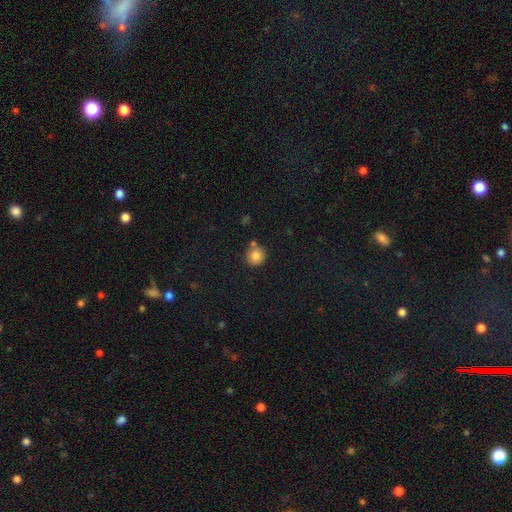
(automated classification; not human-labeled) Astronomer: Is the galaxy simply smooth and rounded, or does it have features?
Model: smooth — 82%.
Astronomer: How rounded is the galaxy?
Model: round — 92%.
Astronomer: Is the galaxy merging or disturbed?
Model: none — 72%.